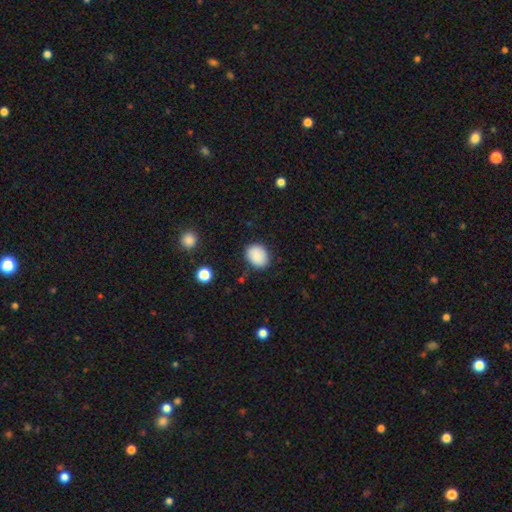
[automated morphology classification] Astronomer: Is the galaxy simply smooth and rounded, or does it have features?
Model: smooth — 88%.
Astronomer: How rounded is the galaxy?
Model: in between — 50% (runner-up: round, 49%).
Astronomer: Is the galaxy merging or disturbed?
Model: none — 84%.